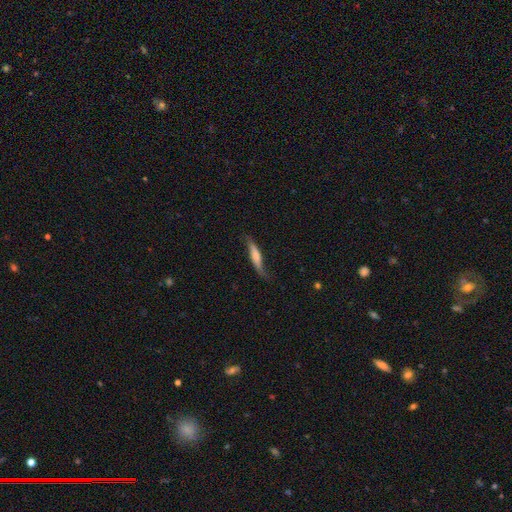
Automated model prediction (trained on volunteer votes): The model was most divided on "smooth or featured": featured or disk: 49%, smooth: 44%, star or artifact: 6%. More confident: merging — none (59%).